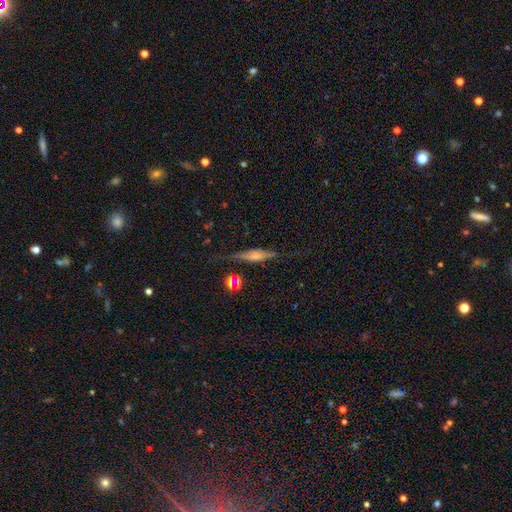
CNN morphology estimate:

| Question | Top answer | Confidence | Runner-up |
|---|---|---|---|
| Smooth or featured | featured or disk | 58% | smooth (31%) |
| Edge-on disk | yes | 88% | no (12%) |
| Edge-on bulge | rounded | 70% | boxy (18%) |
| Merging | none | 72% | minor disturbance (18%) |